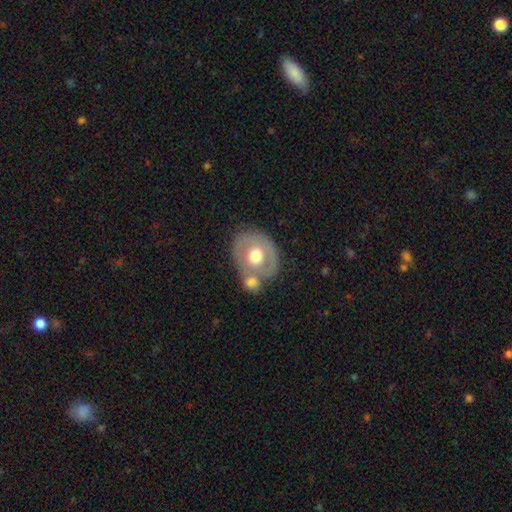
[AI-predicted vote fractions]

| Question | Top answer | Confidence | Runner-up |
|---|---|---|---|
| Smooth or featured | smooth | 47% | tied: featured or disk (47%) |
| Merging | none | 46% | merger (32%) |